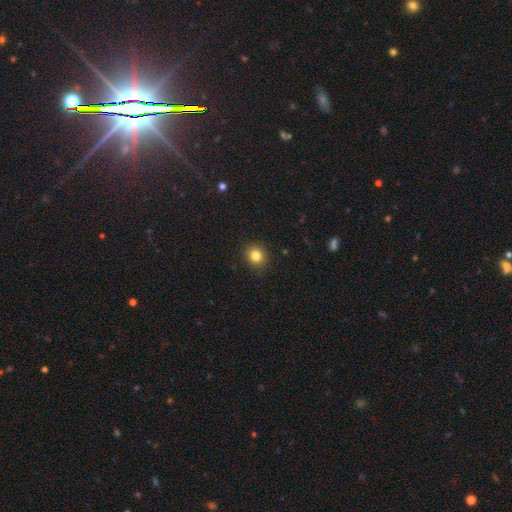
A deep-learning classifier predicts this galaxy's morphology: Smooth or featured? smooth (83%)
How rounded? round (86%)
Merging? none (90%)